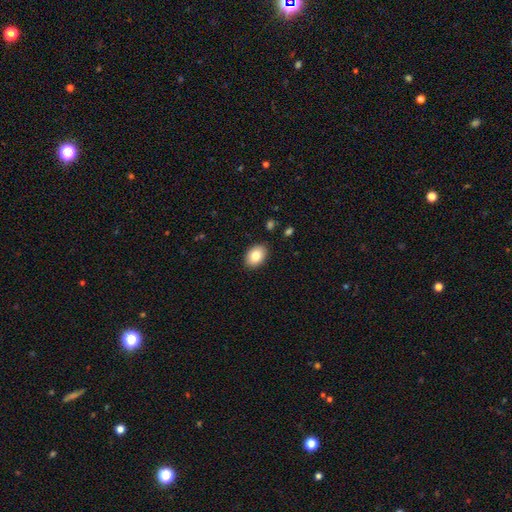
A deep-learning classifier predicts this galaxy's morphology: Smooth or featured? smooth (83%)
How rounded? in between (80%)
Merging? none (89%)